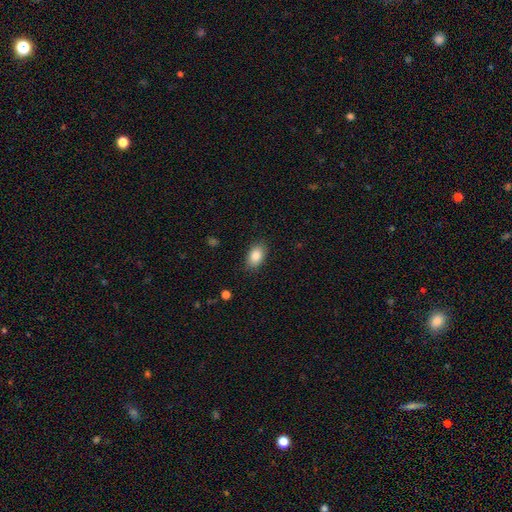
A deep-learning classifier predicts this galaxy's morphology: smooth 86%, star or artifact 8%, featured or disk 6%. Down the decision tree: how rounded — in between (88%); merging — none (85%).